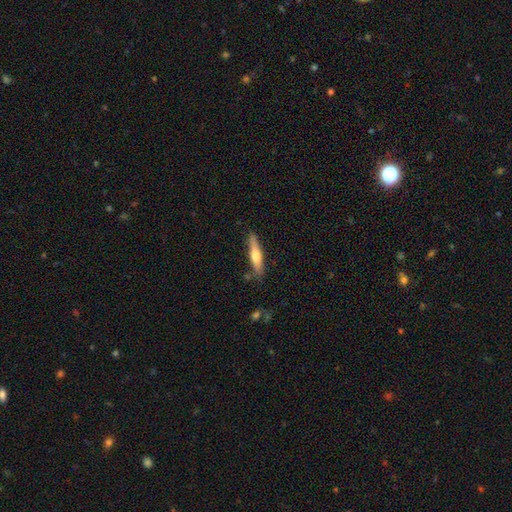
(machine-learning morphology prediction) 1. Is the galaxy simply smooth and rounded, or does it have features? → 53% smooth, 41% featured or disk, 5% star or artifact.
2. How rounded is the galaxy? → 83% cigar-shaped, 15% in between, 2% round.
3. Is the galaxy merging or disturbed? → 80% none, 14% minor disturbance, 3% merger, 3% major disturbance.